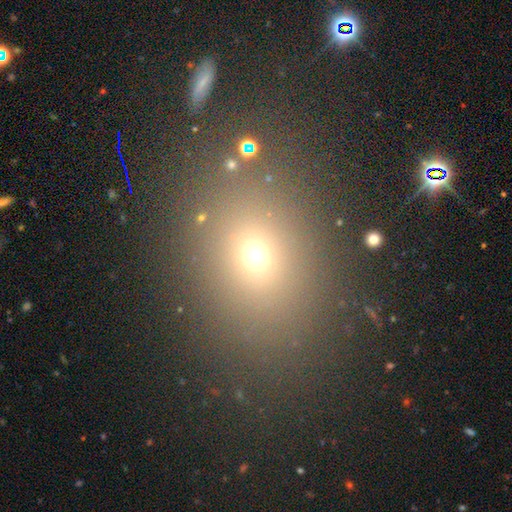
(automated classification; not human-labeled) This appears to be a smooth galaxy with no disk features (66%) that is in between round and cigar-shaped (50%). Merging: none (82%).